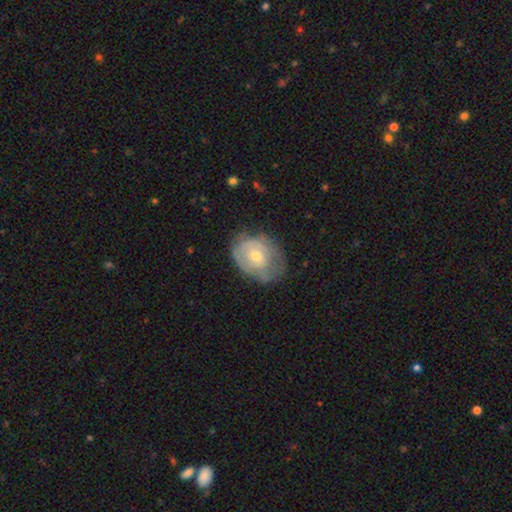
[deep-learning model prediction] Smooth or featured? featured or disk (54%)
Edge-on disk? no (96%)
Bar? no (80%)
Spiral arms? yes (55%)
Bulge size? moderate (52%)
Merging? none (52%)